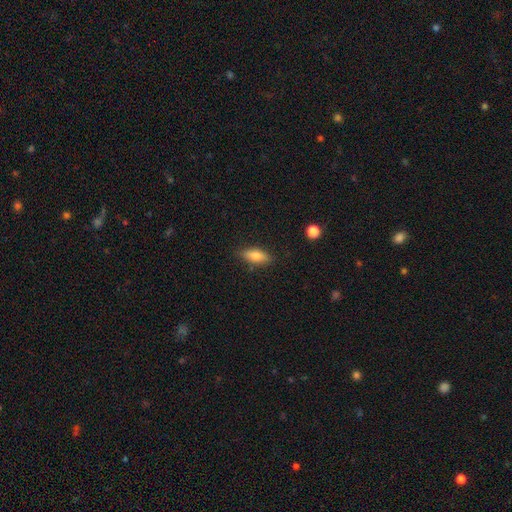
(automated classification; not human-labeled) Smooth or featured?
  - smooth: 73% *
  - featured or disk: 20%
  - star or artifact: 8%
How rounded?
  - in between: 74% *
  - cigar-shaped: 22%
  - round: 3%
Merging?
  - none: 83% *
  - minor disturbance: 13%
  - major disturbance: 3%
  - merger: 2%